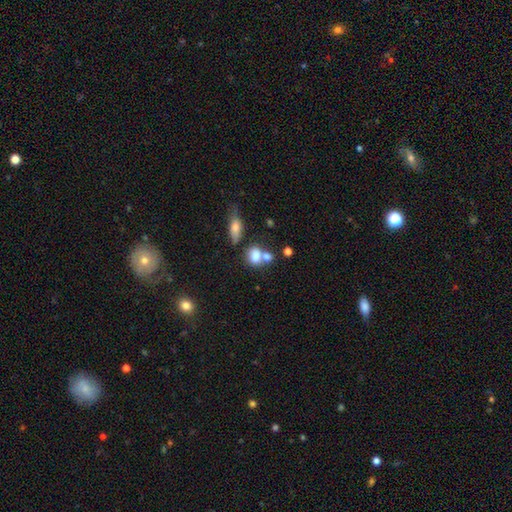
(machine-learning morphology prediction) This appears to be a smooth galaxy with no disk features (77%) that is in between round and cigar-shaped (56%). Merging: merger (49%).